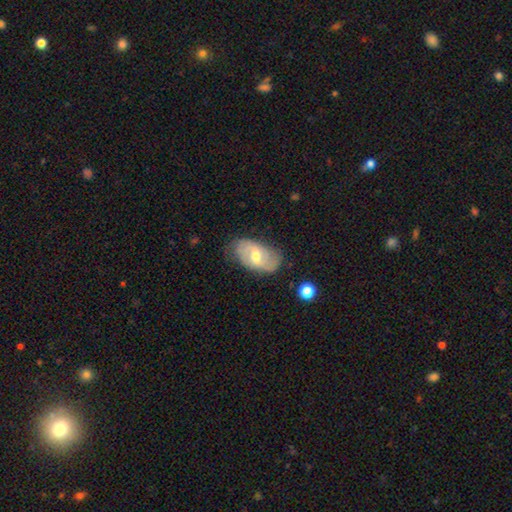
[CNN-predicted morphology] The model was most divided on "bar": weak: 55%, no: 29%, strong: 16%. More confident: edge-on disk — no (94%); spiral arms — yes (79%); merging — none (71%); bulge size — moderate (68%); smooth or featured — featured or disk (65%).